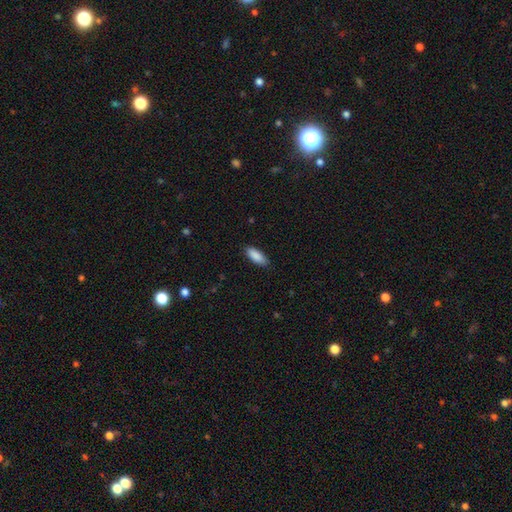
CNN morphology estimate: Smooth or featured? smooth (89%)
How rounded? in between (76%)
Merging? none (87%)